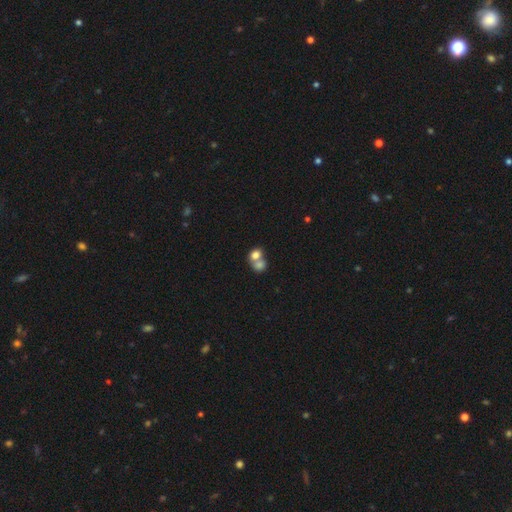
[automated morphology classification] This is likely a smooth galaxy (77%). How rounded: possibly in between (53%). Merging: likely merger (69%).